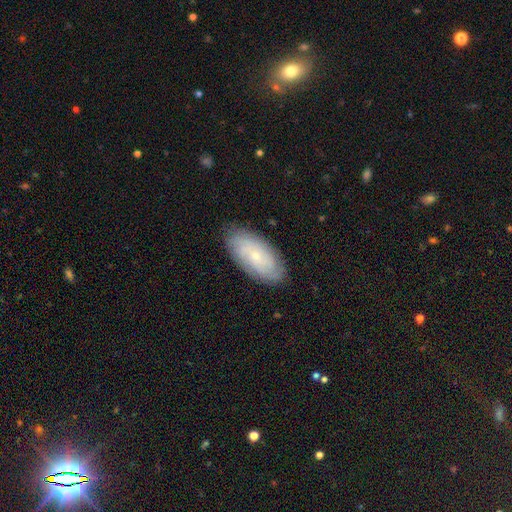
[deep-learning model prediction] The model was most divided on "smooth or featured": featured or disk: 54%, smooth: 38%, star or artifact: 8%. More confident: edge-on disk — no (91%); merging — none (83%).